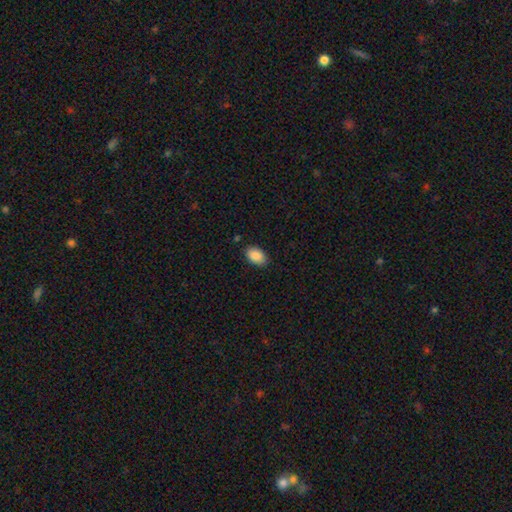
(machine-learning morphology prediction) smooth 89%, star or artifact 7%, featured or disk 5%. Down the decision tree: how rounded — in between (91%); merging — none (86%).